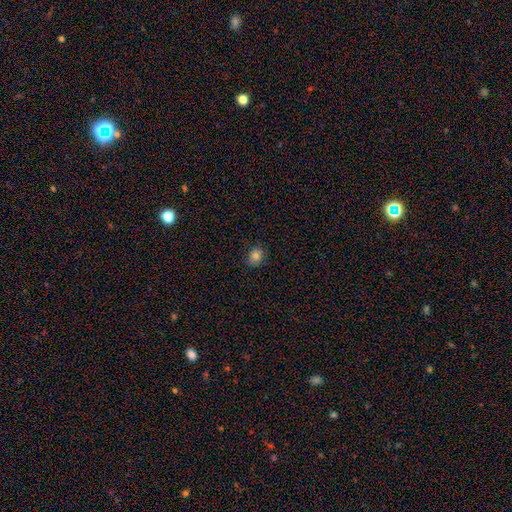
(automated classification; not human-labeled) Smooth or featured? smooth (82%)
How rounded? round (58%)
Merging? none (79%)